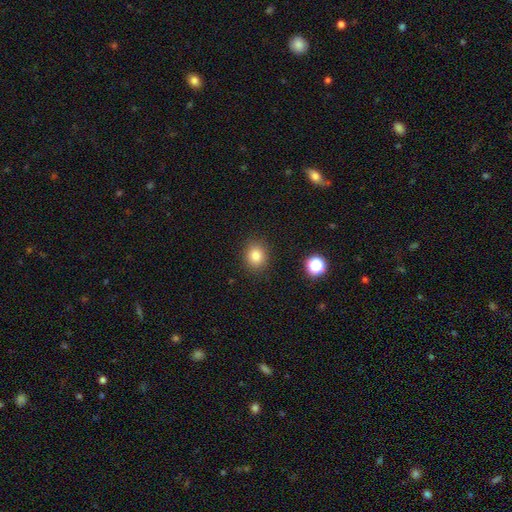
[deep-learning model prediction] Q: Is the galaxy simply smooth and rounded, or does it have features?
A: smooth — 83%.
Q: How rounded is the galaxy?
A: round — 73%.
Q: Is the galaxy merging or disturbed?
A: none — 89%.